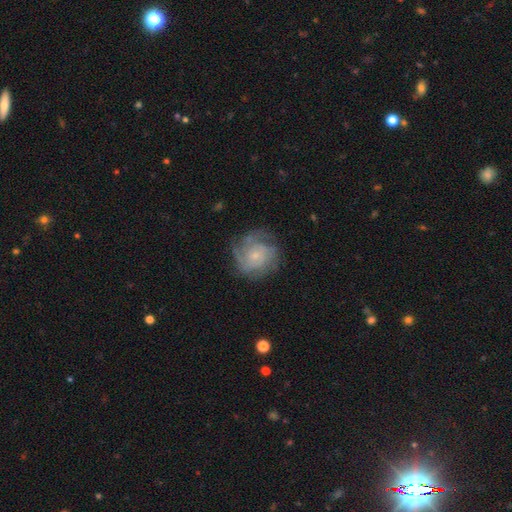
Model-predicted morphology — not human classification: Smooth or featured: featured or disk — 73% (smooth — 20%)
Edge-on disk: no — 98% (yes — 2%)
Bar: no — 76% (weak — 21%)
Spiral arms: yes — 91% (no — 9%)
Spiral winding: tight — 59% (medium — 32%)
Spiral arm count: can't tell — 37% (3 — 22%)
Bulge size: small — 72% (moderate — 19%)
Merging: none — 71% (minor disturbance — 18%)